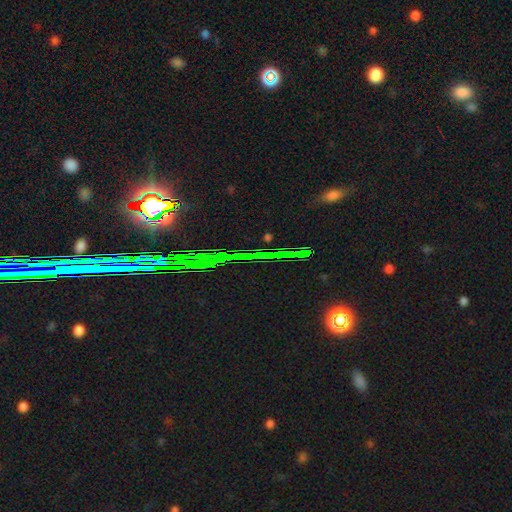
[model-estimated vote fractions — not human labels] smooth-or-featured: star or artifact: 78% | featured or disk: 11% | smooth: 11%